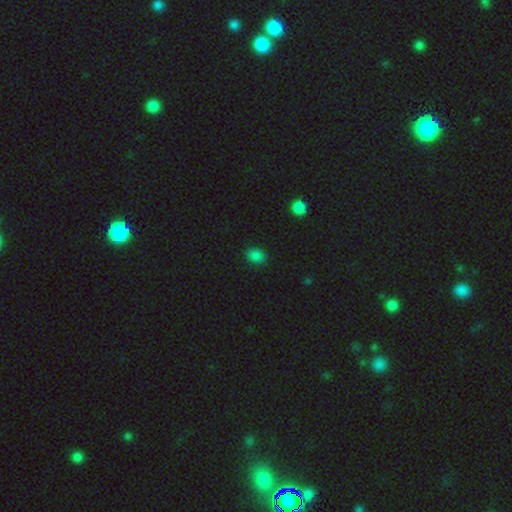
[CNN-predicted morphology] A smooth galaxy with no disk features (82%) that is in between round and cigar-shaped (68%).

Vote fractions:
- Smooth or featured? smooth: 82% / star or artifact: 14% / featured or disk: 4%
- How rounded? in between: 68% / round: 31% / cigar-shaped: 1%
- Merging? none: 85% / minor disturbance: 12% / major disturbance: 2% / merger: 1%